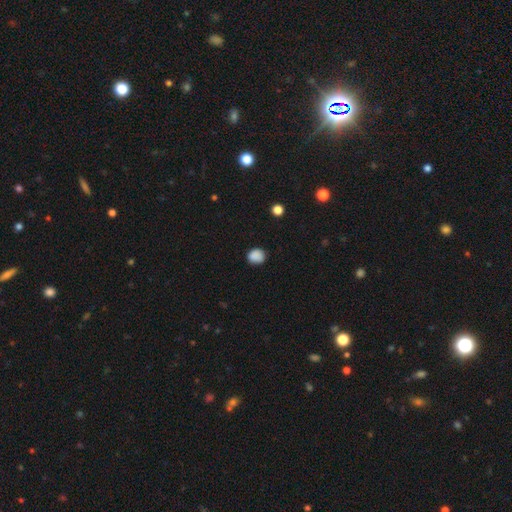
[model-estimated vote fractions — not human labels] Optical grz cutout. It shows a smooth galaxy with no disk features (87%) that is round (75%). Merging: none (82%).